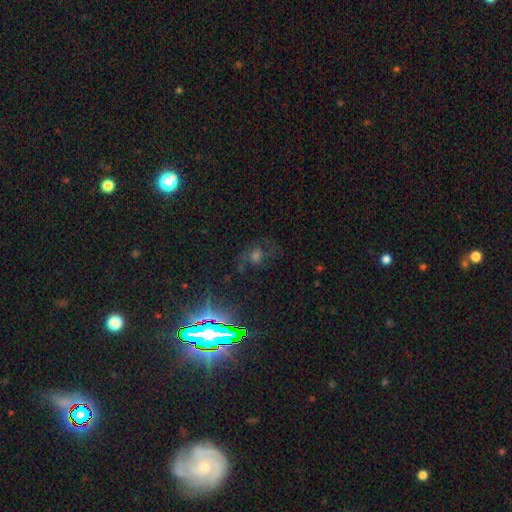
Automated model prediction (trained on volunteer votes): A star or artifact, not a galaxy (48%).

Vote fractions:
- Smooth or featured? star or artifact: 48% / featured or disk: 27% / smooth: 26%